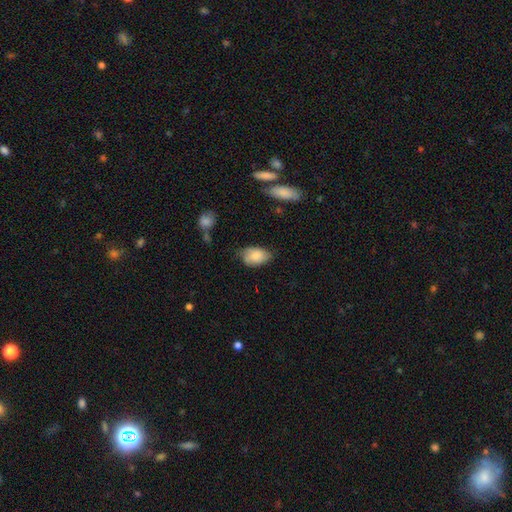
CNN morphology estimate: Smooth or featured?
  - smooth: 80% *
  - featured or disk: 13%
  - star or artifact: 7%
How rounded?
  - in between: 90% *
  - round: 9%
  - cigar-shaped: 1%
Merging?
  - none: 60% *
  - minor disturbance: 31%
  - major disturbance: 6%
  - merger: 2%